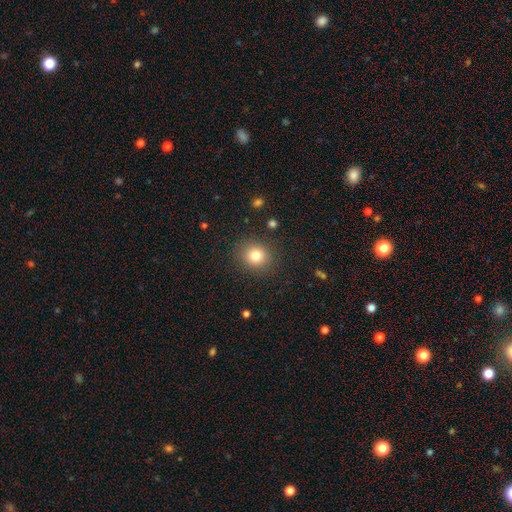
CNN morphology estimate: This is likely a smooth galaxy (80%). How rounded: clearly round (80%). Merging: clearly none (88%).